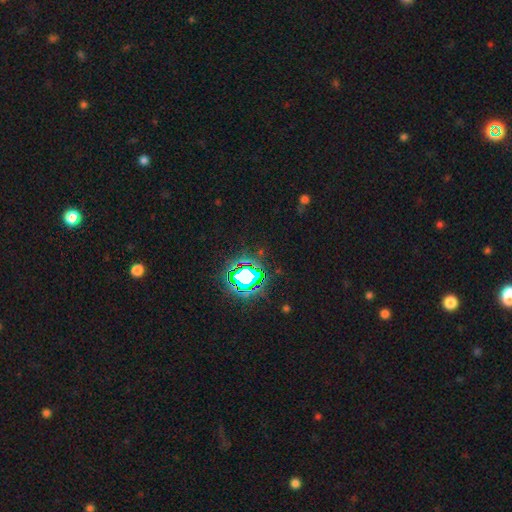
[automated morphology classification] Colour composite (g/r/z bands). It shows a star or artifact, not a galaxy (79%).